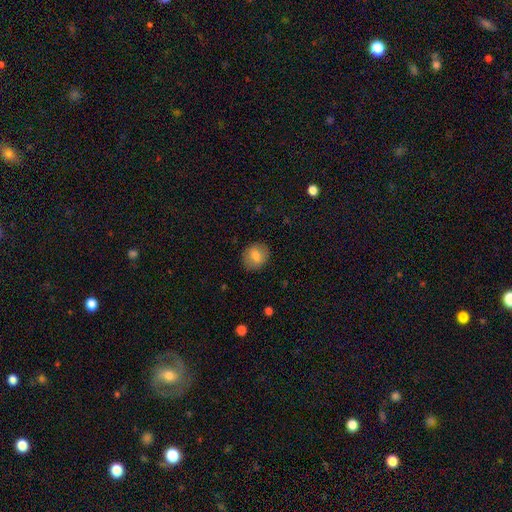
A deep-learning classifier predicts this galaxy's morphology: Smooth or featured? Predicted: smooth (p=0.77). How rounded? Predicted: round (p=0.69). Merging? Predicted: none (p=0.86).